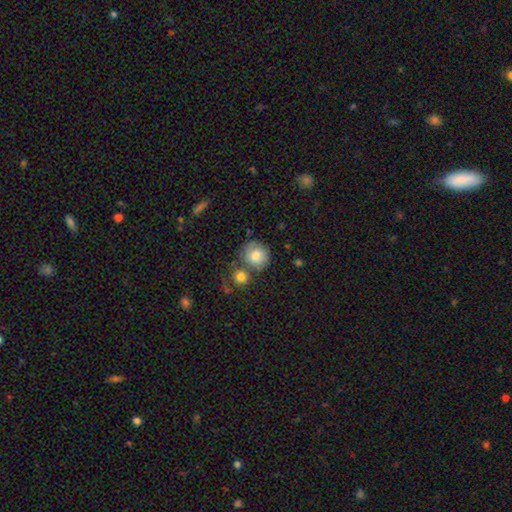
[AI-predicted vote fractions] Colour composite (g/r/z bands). It shows a smooth galaxy with no disk features (74%) that is round (90%). Merging: none (63%).